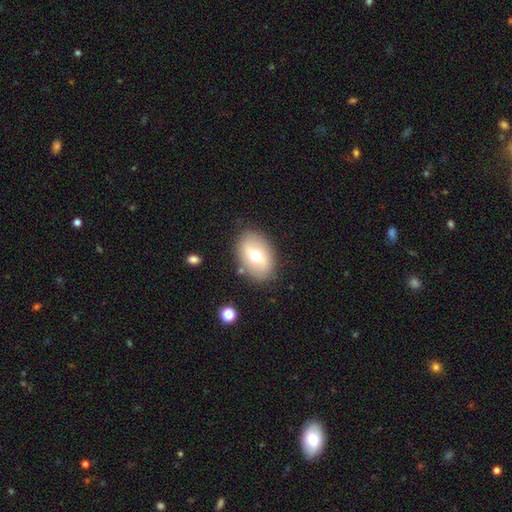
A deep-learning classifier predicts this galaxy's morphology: A smooth galaxy with no disk features (53%) that is in between round and cigar-shaped (79%). Merging: none (83%).